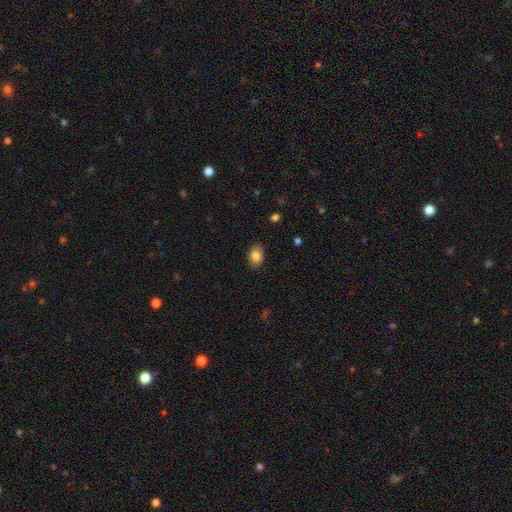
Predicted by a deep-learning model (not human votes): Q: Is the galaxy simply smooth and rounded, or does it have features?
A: smooth — 84%.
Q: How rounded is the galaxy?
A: in between — 81%.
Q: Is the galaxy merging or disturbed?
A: none — 88%.